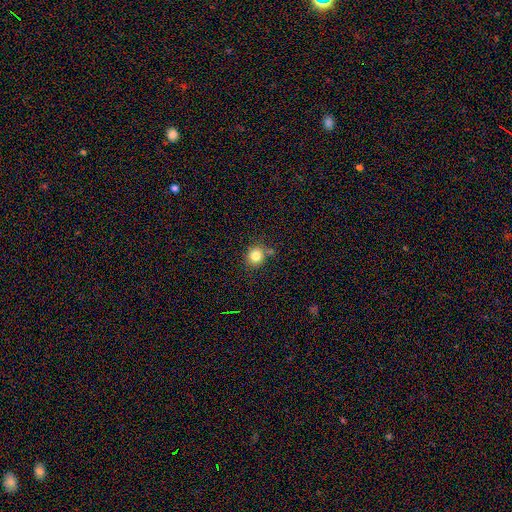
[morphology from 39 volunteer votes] Overall: smooth (85%). How rounded: round (85%). Merging: none (59%; minor disturbance 22%).